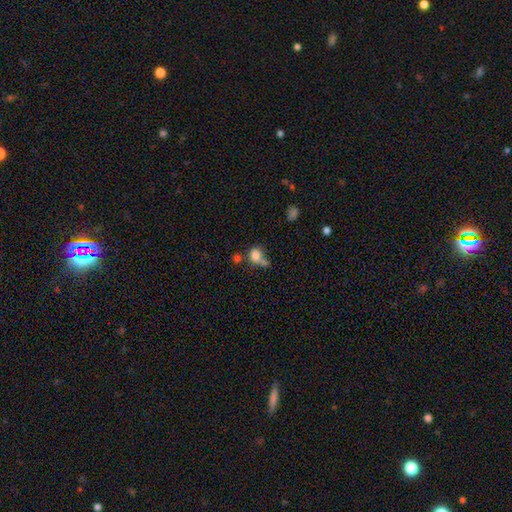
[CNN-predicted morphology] Q: Smooth or featured?
A: smooth (80%); runner-up: star or artifact (11%)
Q: How rounded?
A: round (62%); runner-up: in between (36%)
Q: Merging?
A: none (40%); runner-up: merger (37%)